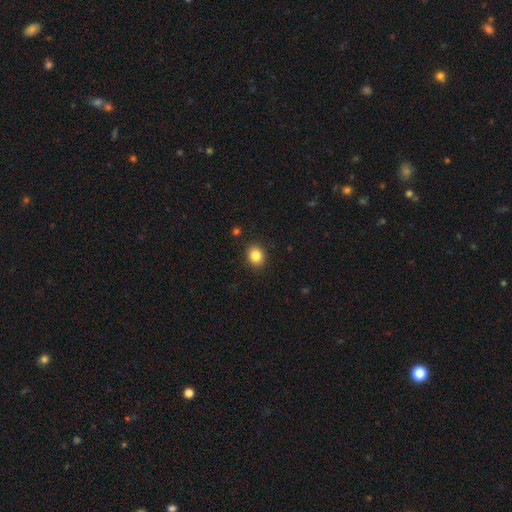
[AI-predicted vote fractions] smooth_or_featured: smooth (p=0.85) [alt: star or artifact p=0.10]
how_rounded: round (p=0.64) [alt: in between p=0.35]
merging: none (p=0.89) [alt: minor disturbance p=0.07]